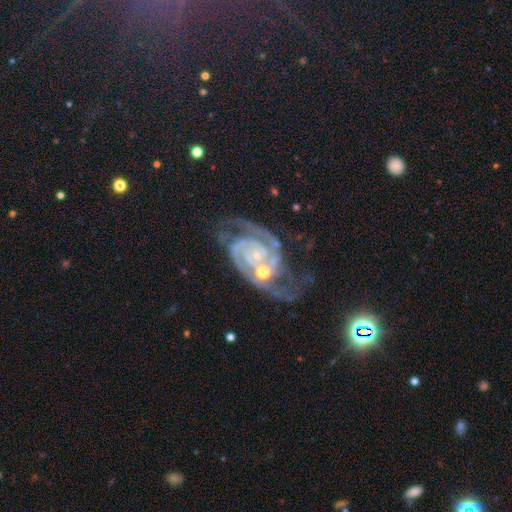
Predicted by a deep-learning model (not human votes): The model was most divided on "spiral winding": tight: 61%, medium: 33%, loose: 6%. More confident: spiral arms — yes (98%); edge-on disk — no (98%); smooth or featured — featured or disk (91%); bulge size — small (74%); spiral arm count — 2 (71%); bar — no (67%); merging — none (51%).